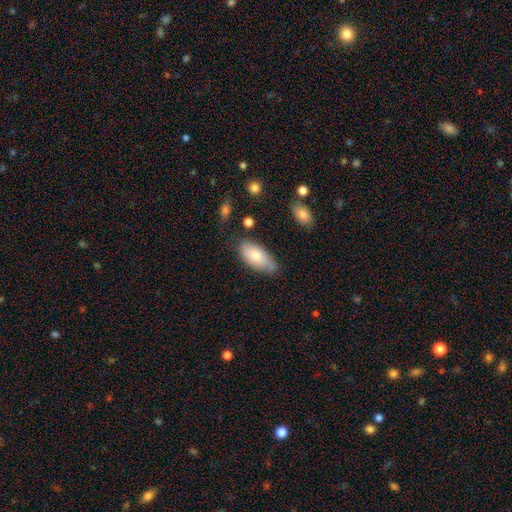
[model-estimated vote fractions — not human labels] Smooth or featured? smooth (77%)
How rounded? in between (90%)
Merging? none (68%)